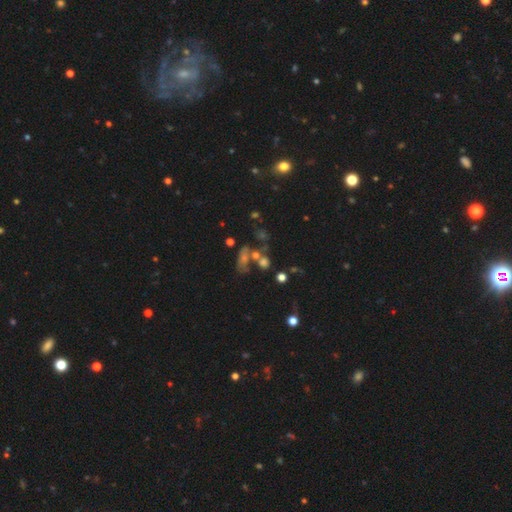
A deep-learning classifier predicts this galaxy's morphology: smooth-or-featured: smooth: 39% | star or artifact: 35% | featured or disk: 27%
  merging: none: 40% | merger: 32% | major disturbance: 14% | minor disturbance: 14%